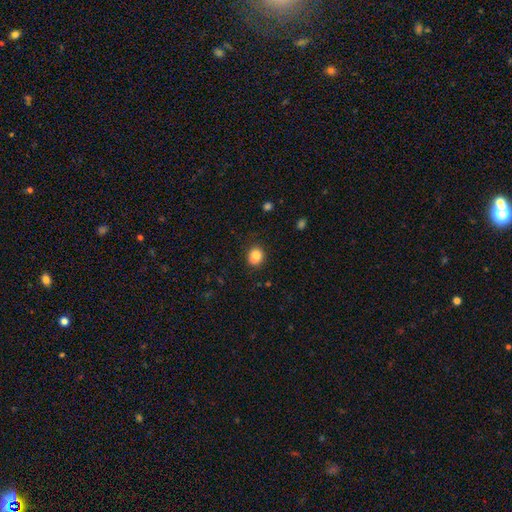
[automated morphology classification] Smooth or featured? Predicted: smooth (p=0.84). How rounded? Predicted: round (p=0.69). Merging? Predicted: none (p=0.79).